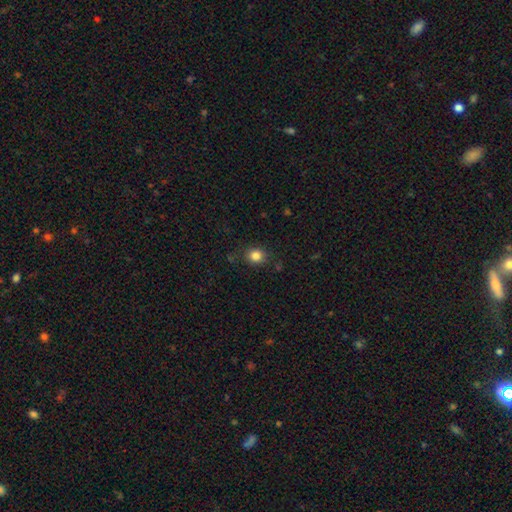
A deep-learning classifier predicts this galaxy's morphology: This appears to be a smooth galaxy with no disk features (84%) that is round (76%). Merging: none (83%).